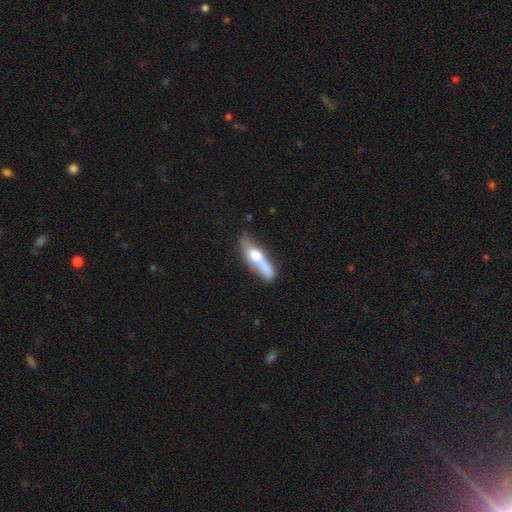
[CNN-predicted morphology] This appears to be a smooth galaxy with no disk features (52%) that is cigar-shaped (54%). Merging: none (41%).